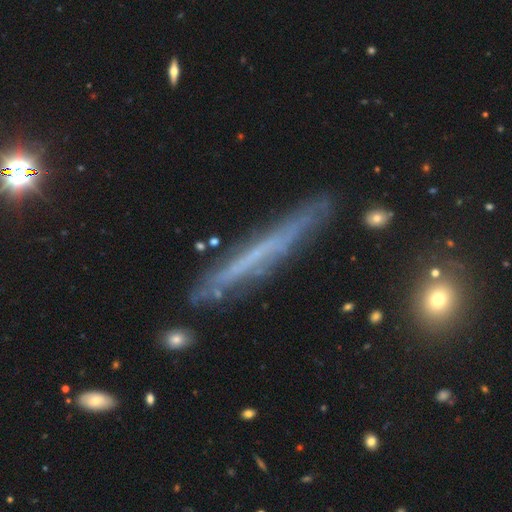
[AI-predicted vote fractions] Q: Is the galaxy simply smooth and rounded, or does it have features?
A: featured or disk — 60%.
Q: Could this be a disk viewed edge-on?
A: yes — 90%.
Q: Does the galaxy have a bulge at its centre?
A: none — 91%.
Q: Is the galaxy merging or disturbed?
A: none — 80%.